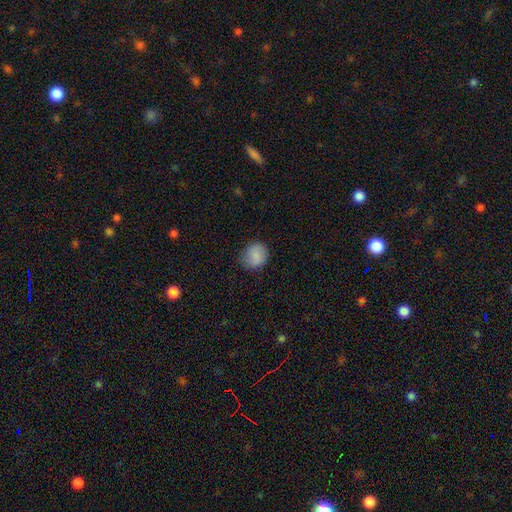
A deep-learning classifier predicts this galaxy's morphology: A smooth galaxy with no disk features (86%) that is round (77%). Merging: none (79%).